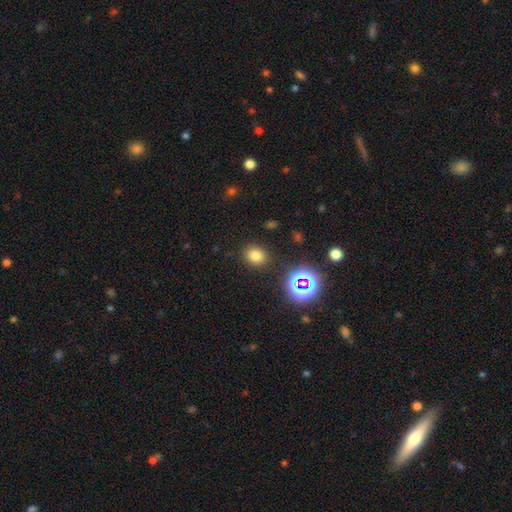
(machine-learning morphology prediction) The model was most divided on "how rounded": round: 58%, in between: 41%, cigar-shaped: 1%. More confident: merging — none (86%); smooth or featured — smooth (75%).